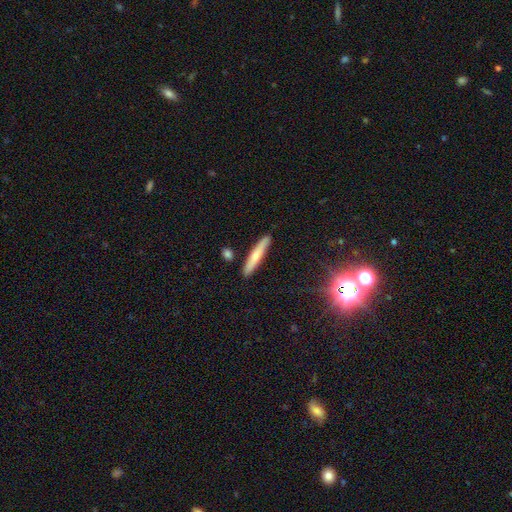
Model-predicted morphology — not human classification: The model was most divided on "smooth or featured": smooth: 63%, featured or disk: 30%, star or artifact: 7%. More confident: how rounded — cigar-shaped (92%); merging — none (87%).